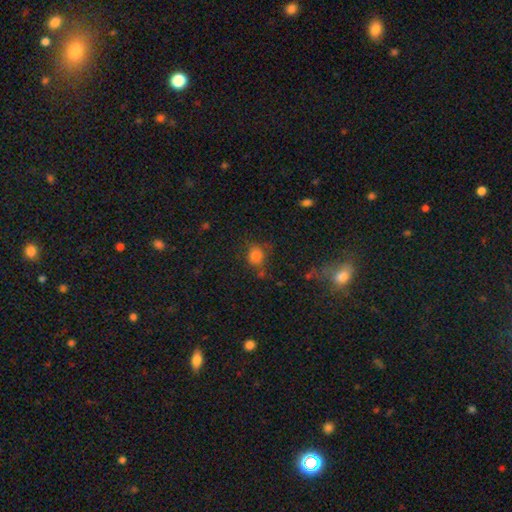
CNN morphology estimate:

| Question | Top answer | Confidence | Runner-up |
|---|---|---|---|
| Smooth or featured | smooth | 73% | star or artifact (18%) |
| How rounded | round | 63% | in between (36%) |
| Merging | none | 57% | minor disturbance (22%) |